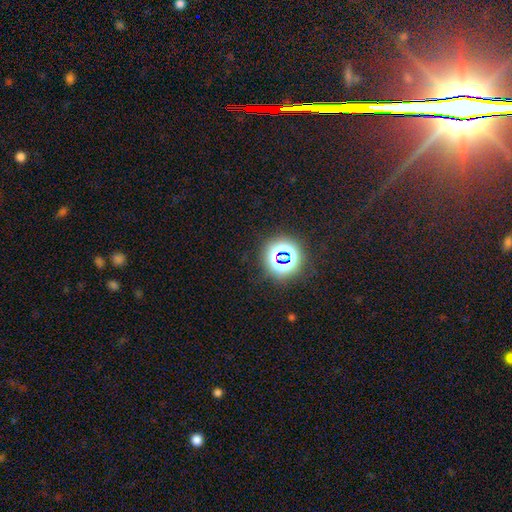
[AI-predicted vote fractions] Smooth or featured?
  - star or artifact: 80% *
  - smooth: 11%
  - featured or disk: 9%